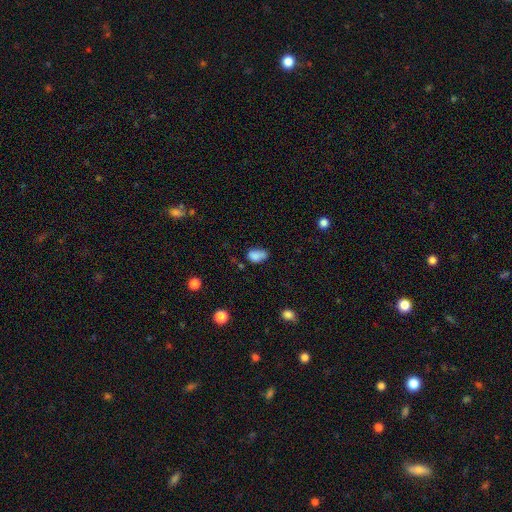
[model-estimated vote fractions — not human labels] Overall: smooth (82%). How rounded: in between (85%). Merging: none (47%; minor disturbance 34%).